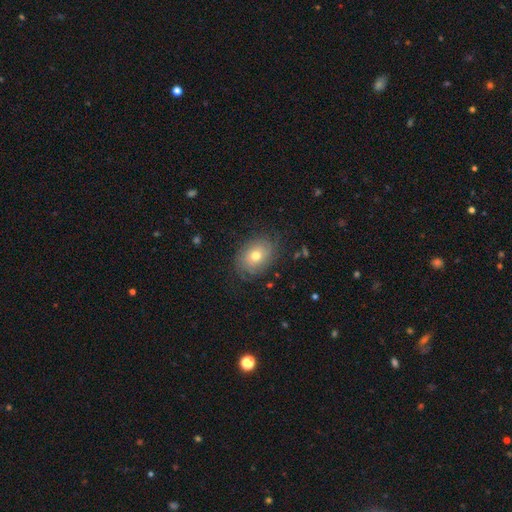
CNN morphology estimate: Smooth or featured: smooth — 52% (featured or disk — 37%)
How rounded: in between — 71% (round — 28%)
Merging: none — 78% (minor disturbance — 15%)